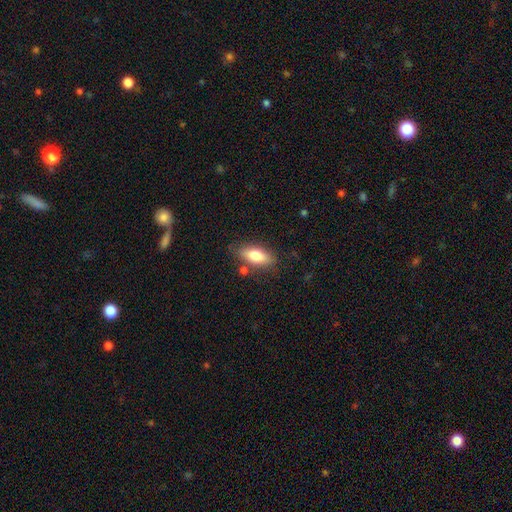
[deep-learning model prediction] Smooth or featured: smooth — 77% (featured or disk — 16%)
How rounded: in between — 79% (cigar-shaped — 18%)
Merging: none — 79% (minor disturbance — 13%)